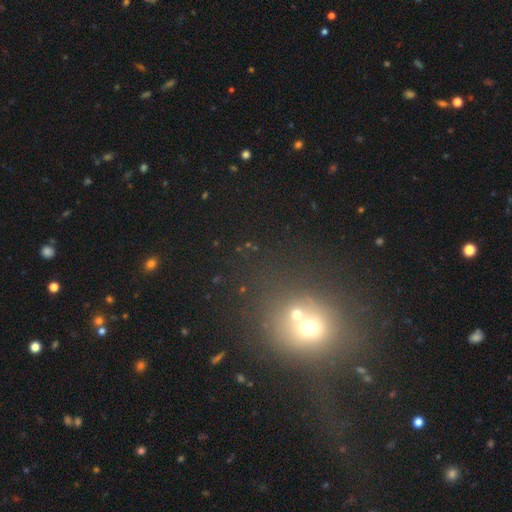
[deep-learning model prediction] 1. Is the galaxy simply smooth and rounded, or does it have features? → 47% star or artifact, 40% smooth, 14% featured or disk.